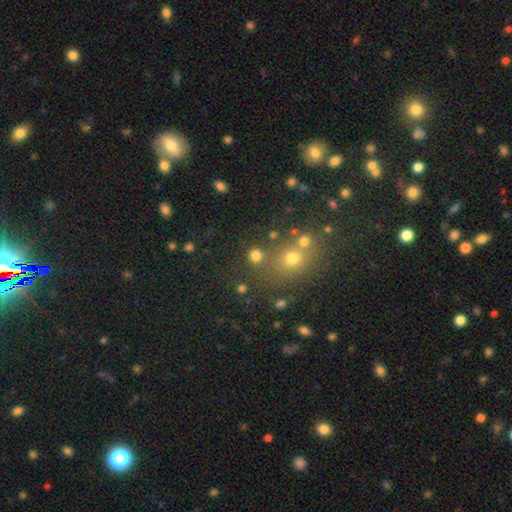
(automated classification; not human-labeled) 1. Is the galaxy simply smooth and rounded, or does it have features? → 76% smooth, 17% star or artifact, 6% featured or disk.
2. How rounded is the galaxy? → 82% round, 17% in between, 1% cigar-shaped.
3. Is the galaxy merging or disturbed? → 72% none, 14% merger, 9% minor disturbance, 5% major disturbance.